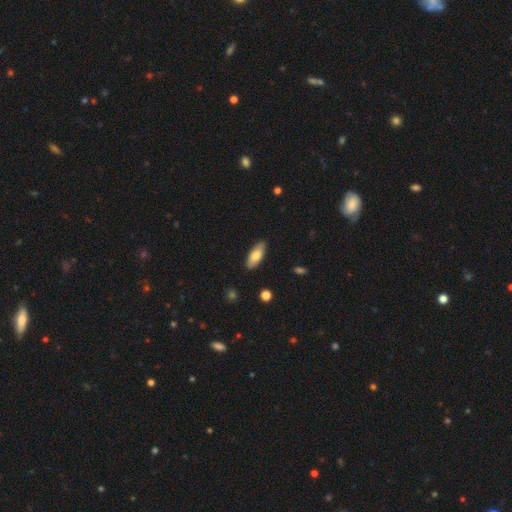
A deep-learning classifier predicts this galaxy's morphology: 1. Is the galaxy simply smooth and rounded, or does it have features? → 74% smooth, 20% featured or disk, 6% star or artifact.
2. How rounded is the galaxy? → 79% in between, 19% cigar-shaped, 2% round.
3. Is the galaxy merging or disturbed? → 86% none, 11% minor disturbance, 2% major disturbance, 1% merger.